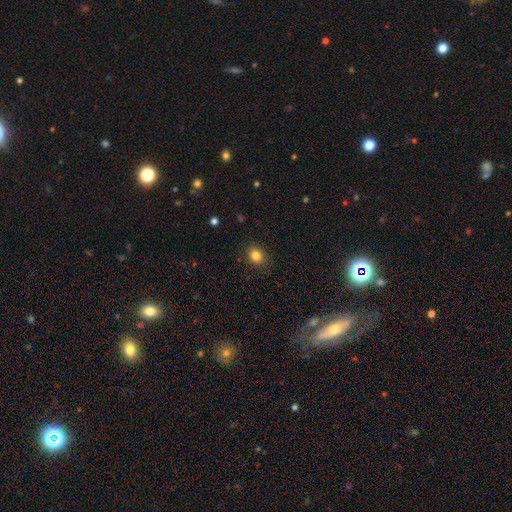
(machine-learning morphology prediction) Smooth or featured: smooth — 83% (star or artifact — 11%)
How rounded: round — 60% (in between — 39%)
Merging: none — 87% (minor disturbance — 9%)